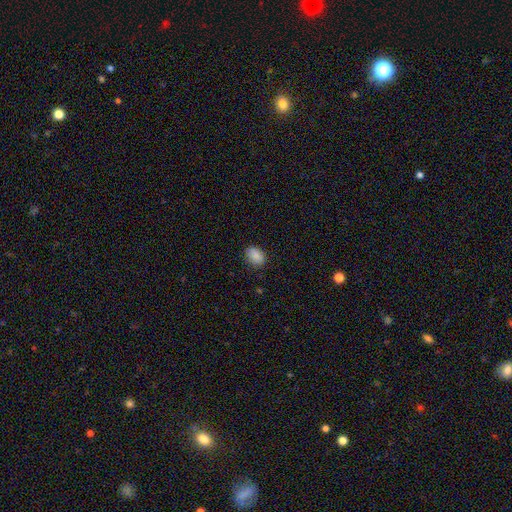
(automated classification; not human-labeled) The model was most divided on "how rounded": in between: 79%, round: 20%, cigar-shaped: 1%. More confident: smooth or featured — smooth (88%); merging — none (85%).